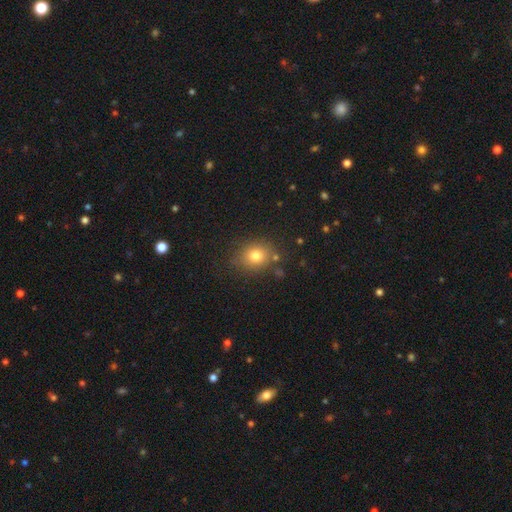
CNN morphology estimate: type=smooth (78%); roundness=round (64%); merging=none (80%).